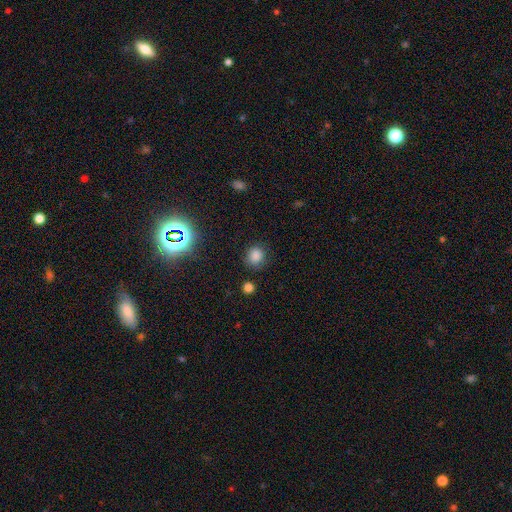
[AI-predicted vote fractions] smooth-or-featured: smooth: 82% | star or artifact: 14% | featured or disk: 4%
  how-rounded: round: 80% | in between: 19% | cigar-shaped: 1%
  merging: none: 82% | minor disturbance: 12% | major disturbance: 4% | merger: 3%